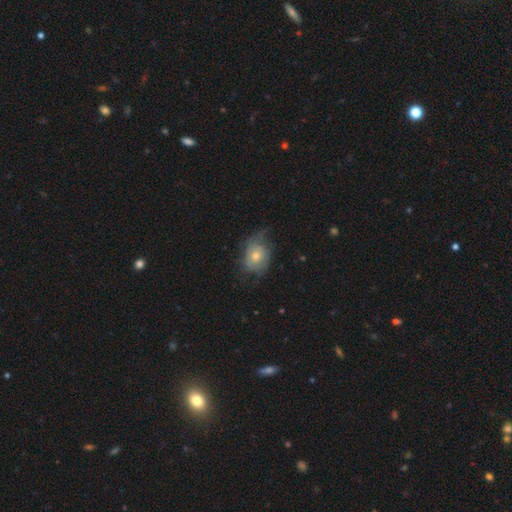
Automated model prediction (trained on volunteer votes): Smooth or featured? featured or disk (46%)
Merging? none (52%)